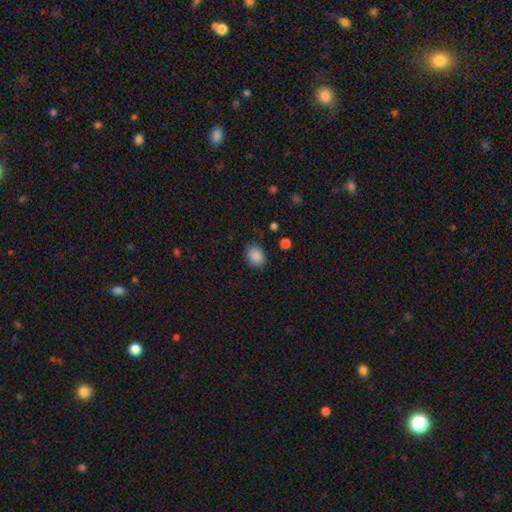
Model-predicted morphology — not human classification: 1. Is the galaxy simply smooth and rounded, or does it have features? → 88% smooth, 9% star or artifact, 4% featured or disk.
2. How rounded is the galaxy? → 55% in between, 44% round, 1% cigar-shaped.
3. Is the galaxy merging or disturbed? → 82% none, 13% minor disturbance, 3% major disturbance, 1% merger.